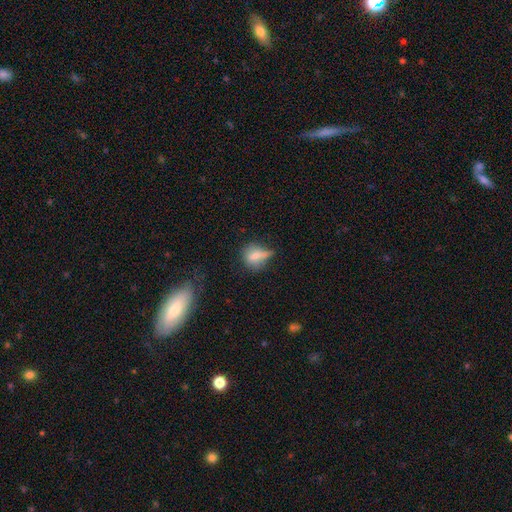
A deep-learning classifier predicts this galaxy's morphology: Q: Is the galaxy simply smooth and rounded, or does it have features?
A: smooth — 64%.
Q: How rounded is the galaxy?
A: round — 56%.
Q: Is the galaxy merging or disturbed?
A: none — 47%.